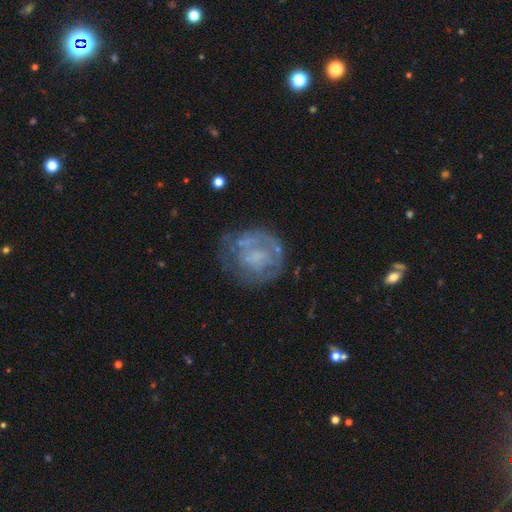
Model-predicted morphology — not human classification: Overall: featured or disk (59%; smooth 31%). Edge-on disk: no (98%). Bar: no (79%). Spiral arms: no (63%; yes 37%). Bulge size: none (57%; small 20%). Merging: none (54%; minor disturbance 22%).